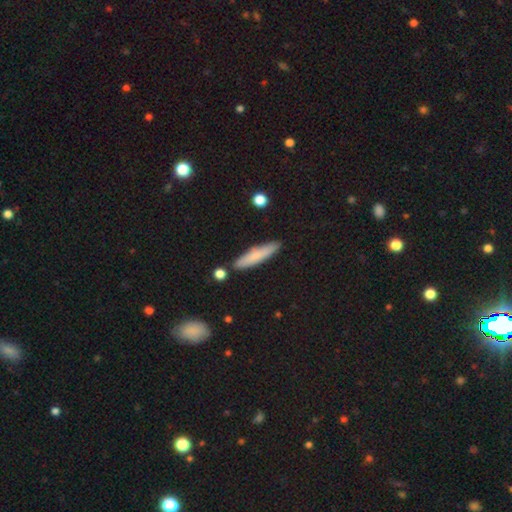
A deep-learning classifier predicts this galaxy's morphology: type=smooth (74%); roundness=cigar-shaped (84%); merging=none (85%).